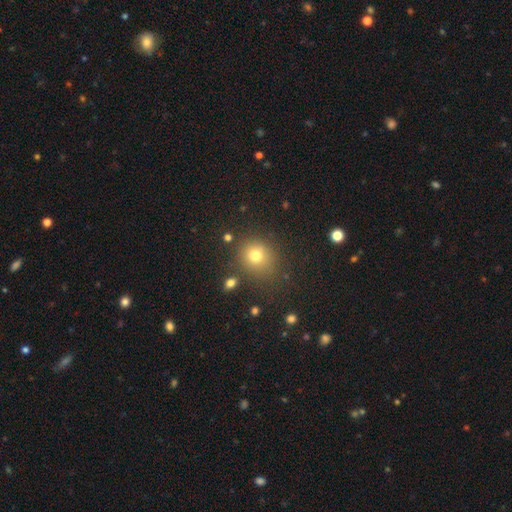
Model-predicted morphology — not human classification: Smooth or featured? Predicted: smooth (p=0.74). How rounded? Predicted: round (p=0.81). Merging? Predicted: none (p=0.79).